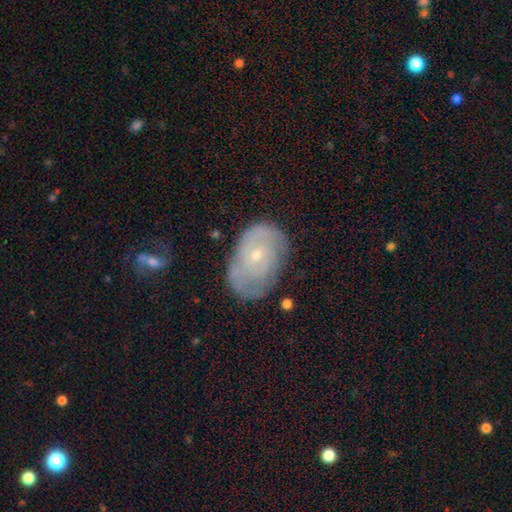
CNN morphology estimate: This is likely a featured or disk galaxy (66%). It is clearly not viewed edge-on (96%). Bar: likely no (78%). Spiral arm pattern: likely yes (76%). Central bulge: likely small (70%). Merging: likely none (61%).